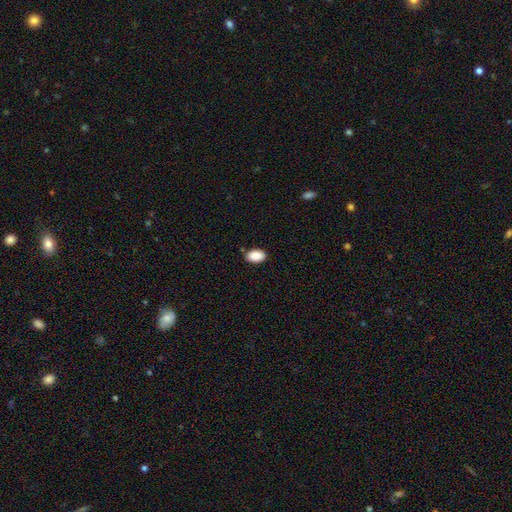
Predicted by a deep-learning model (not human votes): smooth_or_featured: smooth (p=0.90) [alt: star or artifact p=0.07]
how_rounded: in between (p=0.91) [alt: round p=0.08]
merging: none (p=0.83) [alt: minor disturbance p=0.13]